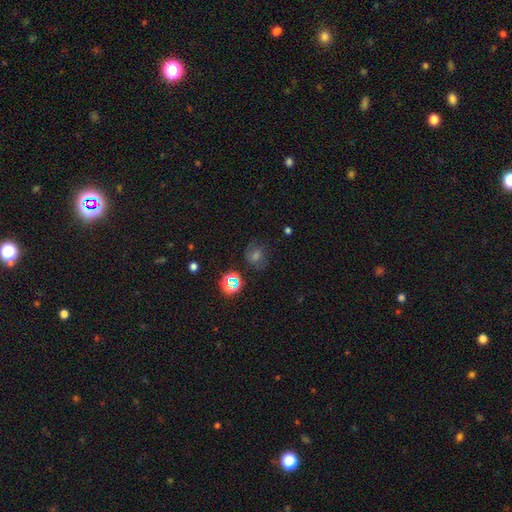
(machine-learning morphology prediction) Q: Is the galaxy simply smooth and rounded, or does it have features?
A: smooth — 43%.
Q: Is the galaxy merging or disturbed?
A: none — 74%.